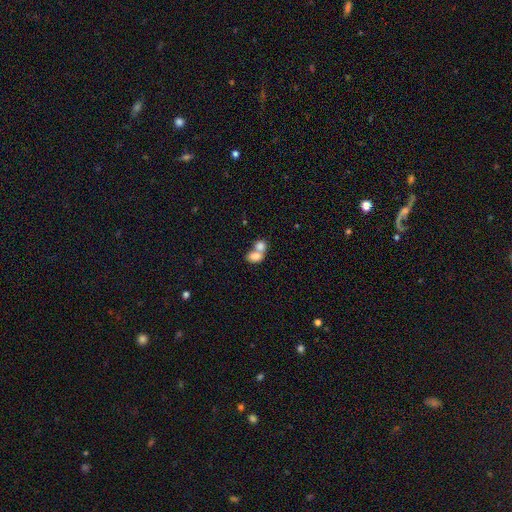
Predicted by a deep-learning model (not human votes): smooth_or_featured: smooth (p=0.79) [alt: featured or disk p=0.12]
how_rounded: in between (p=0.75) [alt: round p=0.24]
merging: merger (p=0.71) [alt: none p=0.20]